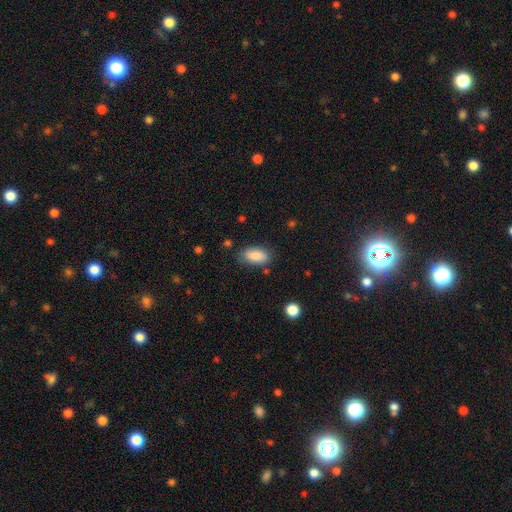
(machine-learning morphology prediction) Smooth or featured? Predicted: smooth (p=0.86). How rounded? Predicted: in between (p=0.90). Merging? Predicted: none (p=0.79).